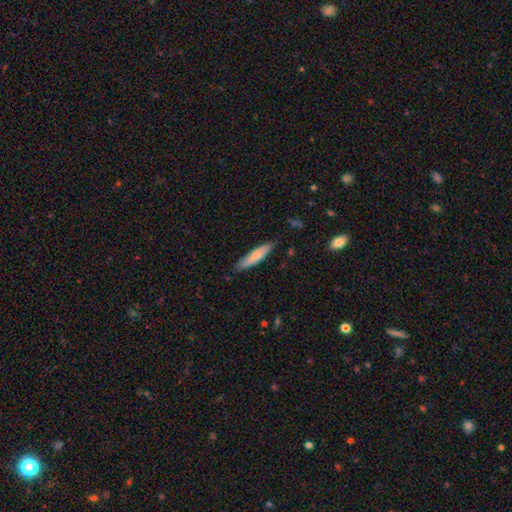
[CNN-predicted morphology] smooth_or_featured: smooth (p=0.72) [alt: featured or disk p=0.22]
how_rounded: cigar-shaped (p=0.81) [alt: in between p=0.17]
merging: none (p=0.82) [alt: minor disturbance p=0.14]